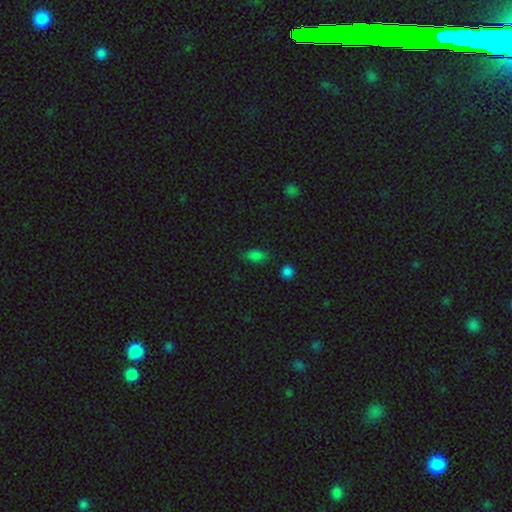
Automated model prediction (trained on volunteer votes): Smooth or featured?
  - smooth: 79% *
  - star or artifact: 16%
  - featured or disk: 5%
How rounded?
  - in between: 86% *
  - round: 10%
  - cigar-shaped: 4%
Merging?
  - none: 75% *
  - minor disturbance: 17%
  - major disturbance: 4%
  - merger: 3%